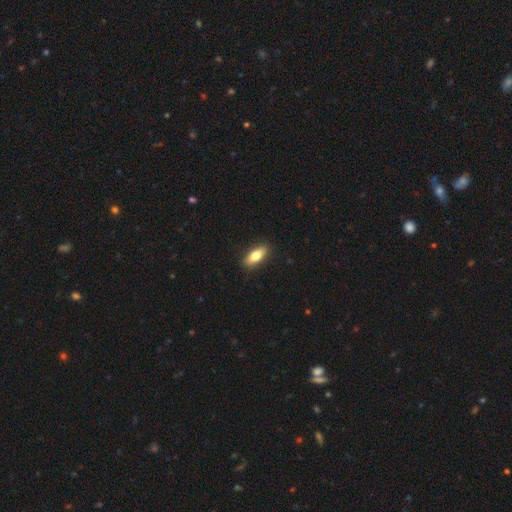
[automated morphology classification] smooth-or-featured: smooth: 75% | featured or disk: 19% | star or artifact: 6%
  how-rounded: in between: 73% | cigar-shaped: 24% | round: 3%
  merging: none: 89% | minor disturbance: 8% | major disturbance: 2% | merger: 1%